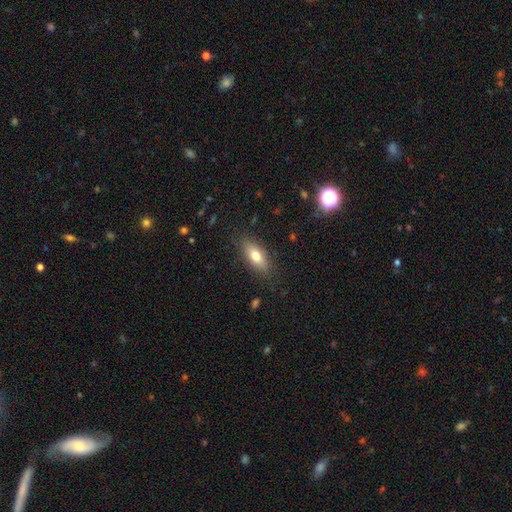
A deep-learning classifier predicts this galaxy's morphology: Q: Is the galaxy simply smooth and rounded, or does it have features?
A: smooth — 72%.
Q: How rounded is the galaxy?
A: in between — 77%.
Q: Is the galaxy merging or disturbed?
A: none — 83%.